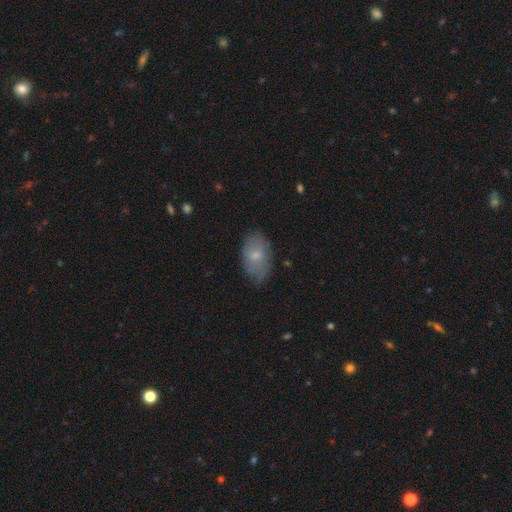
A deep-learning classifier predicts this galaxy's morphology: Q: Smooth or featured?
A: smooth (69%); runner-up: featured or disk (23%)
Q: How rounded?
A: in between (92%); runner-up: round (7%)
Q: Merging?
A: none (72%); runner-up: minor disturbance (22%)